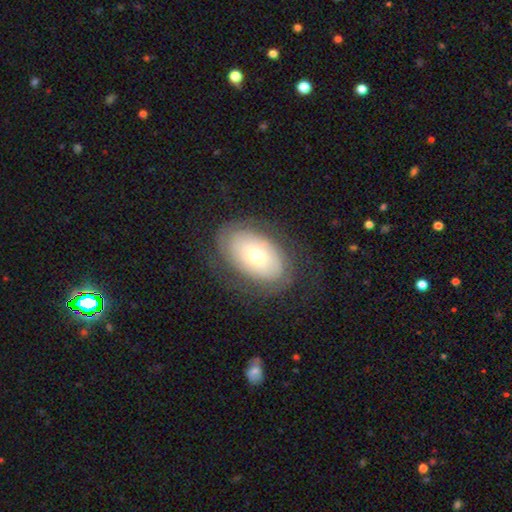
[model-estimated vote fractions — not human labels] A smooth galaxy with no disk features (46%, tied with featured or disk). Merging: none (72%).